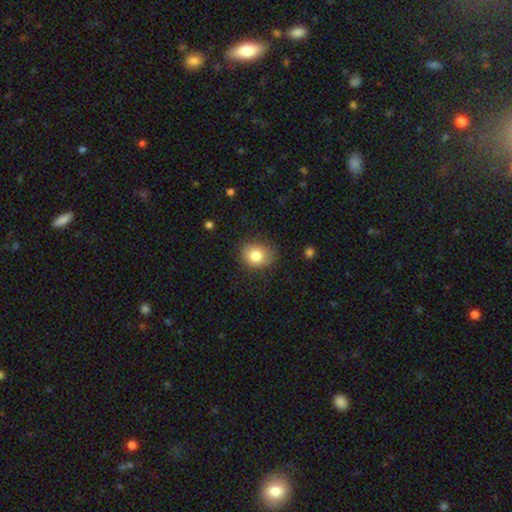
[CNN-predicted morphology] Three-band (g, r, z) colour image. It shows a smooth galaxy with no disk features (82%) that is round (66%). Merging: none (75%).